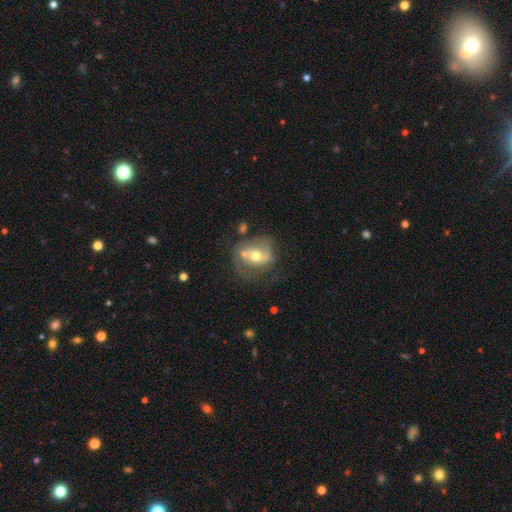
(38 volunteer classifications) Smooth or featured? featured or disk (55%)
Edge-on disk? no (95%)
Bar? no (45%)
Spiral arms? no (60%)
Bulge size? moderate (85%)
Merging? none (38%)